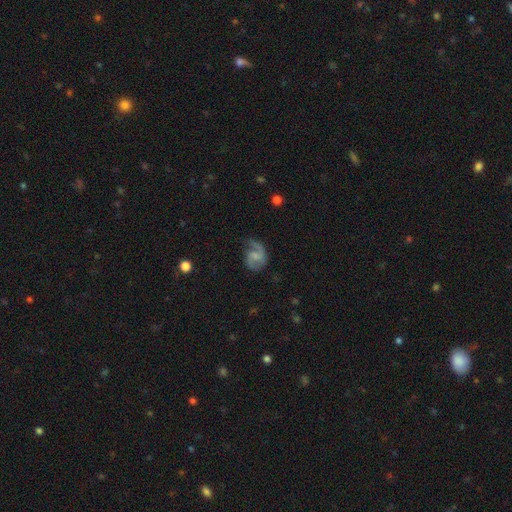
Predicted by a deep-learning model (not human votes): smooth_or_featured: featured or disk (p=0.75) [alt: smooth p=0.19]
disk_edge_on: no (p=0.98) [alt: yes p=0.02]
bar: weak (p=0.48) [alt: no p=0.42]
has_spiral_arms: yes (p=0.94) [alt: no p=0.06]
spiral_winding: medium (p=0.50) [alt: loose p=0.33]
spiral_arm_count: 2 (p=0.75) [alt: 1 p=0.18]
bulge_size: small (p=0.37) [alt: none p=0.34]
merging: none (p=0.59) [alt: minor disturbance p=0.23]